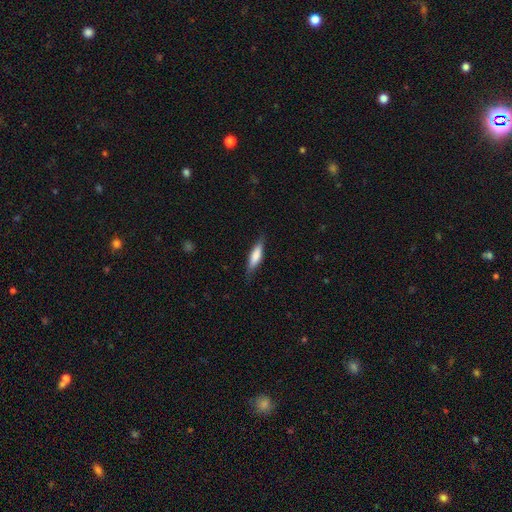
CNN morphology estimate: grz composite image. It shows a smooth galaxy with no disk features (68%) that is cigar-shaped (68%). Merging: none (82%).